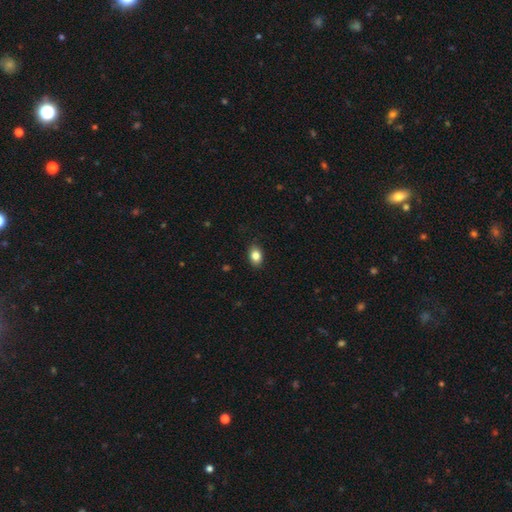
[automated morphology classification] smooth 85%, star or artifact 9%, featured or disk 6%. Down the decision tree: how rounded — in between (77%); merging — none (88%).